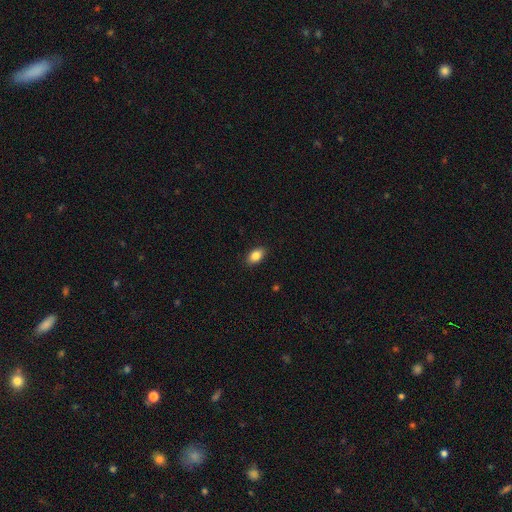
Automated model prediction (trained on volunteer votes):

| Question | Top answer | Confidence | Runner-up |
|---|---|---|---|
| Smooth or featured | smooth | 85% | star or artifact (8%) |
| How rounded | in between | 91% | round (7%) |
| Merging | none | 89% | minor disturbance (8%) |